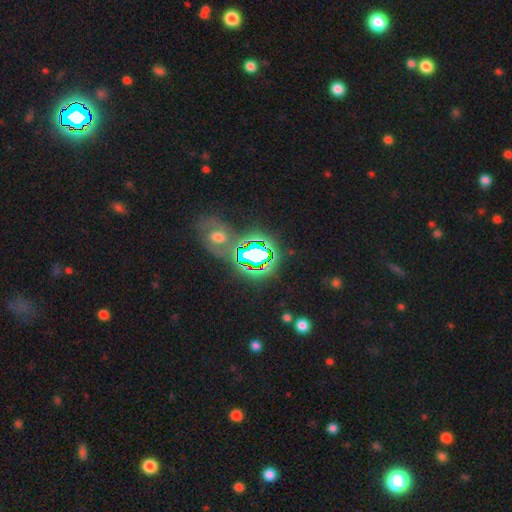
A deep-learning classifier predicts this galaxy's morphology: This is likely a star or artifact rather than a galaxy (64%).